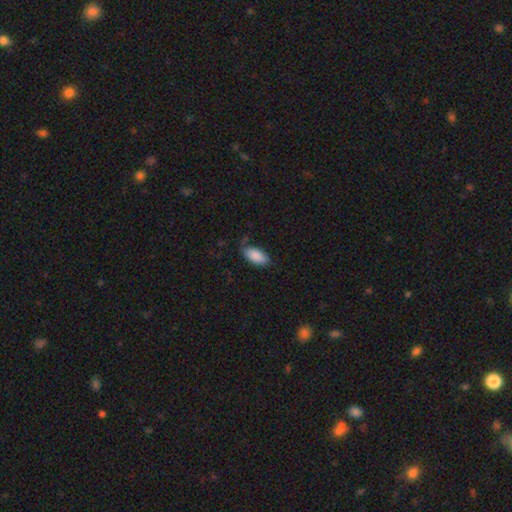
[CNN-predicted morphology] Smooth or featured? Predicted: smooth (p=0.88). How rounded? Predicted: in between (p=0.93). Merging? Predicted: none (p=0.66).